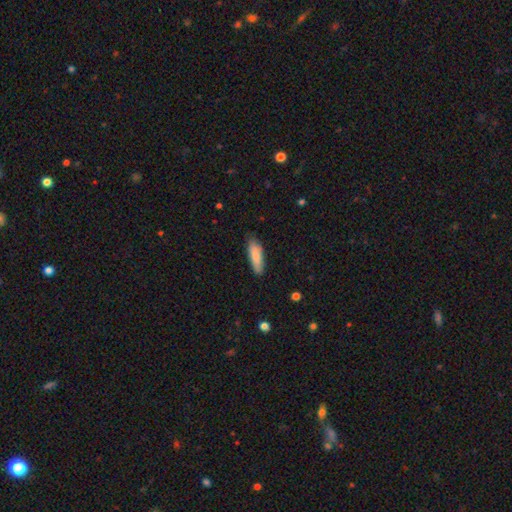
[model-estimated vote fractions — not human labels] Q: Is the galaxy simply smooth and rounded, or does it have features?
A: smooth — 84%.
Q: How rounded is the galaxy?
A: cigar-shaped — 52%.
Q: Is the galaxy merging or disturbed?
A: none — 83%.